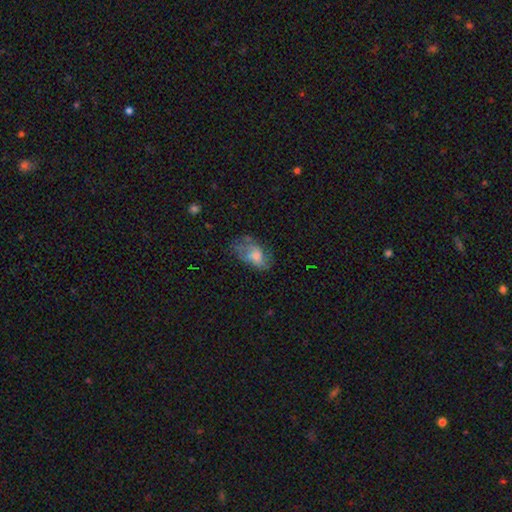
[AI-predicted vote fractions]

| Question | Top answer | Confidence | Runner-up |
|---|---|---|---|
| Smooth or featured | smooth | 53% | featured or disk (36%) |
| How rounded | in between | 88% | round (9%) |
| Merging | none | 40% | major disturbance (30%) |